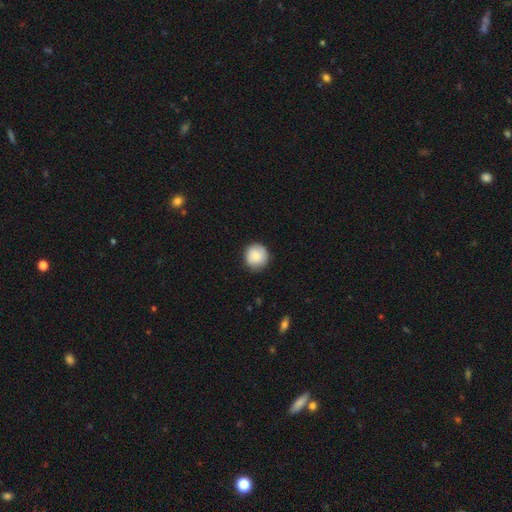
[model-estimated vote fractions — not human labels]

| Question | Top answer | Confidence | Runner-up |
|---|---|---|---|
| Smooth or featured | smooth | 85% | featured or disk (7%) |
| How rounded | round | 93% | in between (6%) |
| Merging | none | 86% | minor disturbance (11%) |